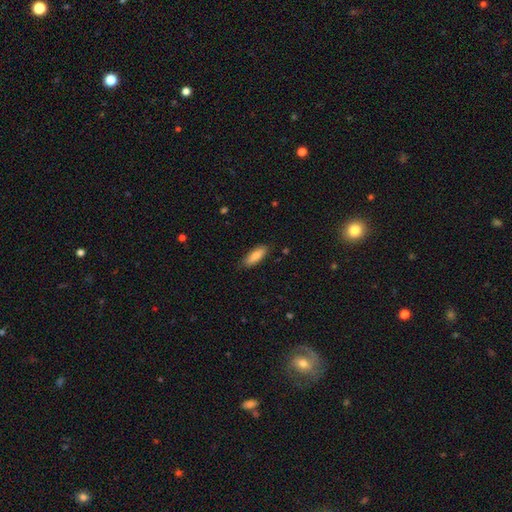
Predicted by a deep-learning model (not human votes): A smooth galaxy with no disk features (83%) that is in between round and cigar-shaped (66%).

Vote fractions:
- Smooth or featured? smooth: 83% / featured or disk: 11% / star or artifact: 6%
- How rounded? in between: 66% / cigar-shaped: 33% / round: 2%
- Merging? none: 84% / minor disturbance: 13% / major disturbance: 2% / merger: 1%